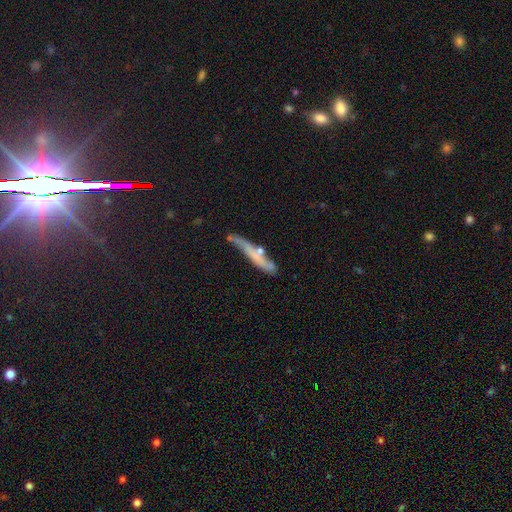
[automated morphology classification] type=featured or disk (46%, tied with smooth); merging=none (50%).